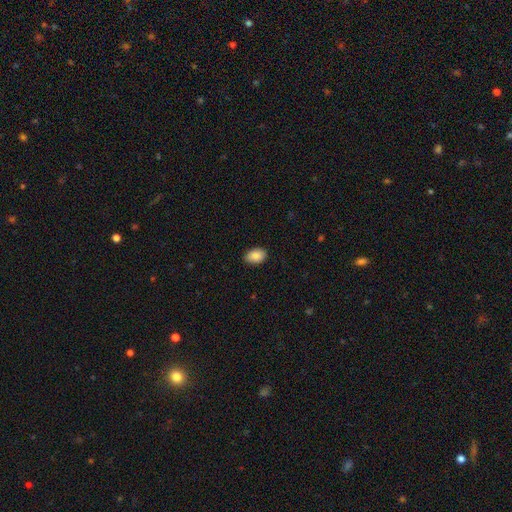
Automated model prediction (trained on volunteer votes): The model was most divided on "how rounded": in between: 86%, round: 13%, cigar-shaped: 1%. More confident: merging — none (87%); smooth or featured — smooth (87%).